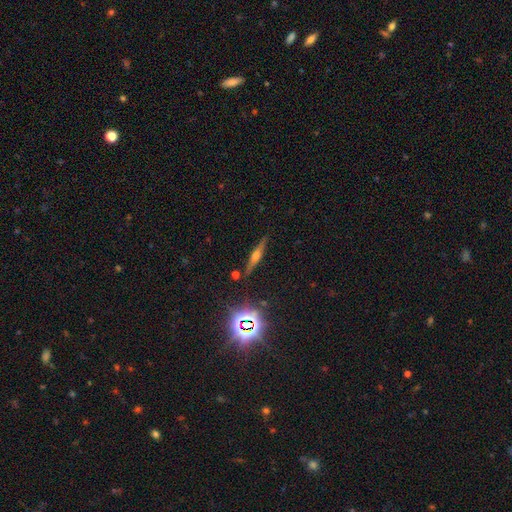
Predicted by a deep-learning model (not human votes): Q: Smooth or featured?
A: featured or disk (61%); runner-up: smooth (21%)
Q: Edge-on disk?
A: yes (96%); runner-up: no (4%)
Q: Edge-on bulge?
A: rounded (84%); runner-up: boxy (11%)
Q: Merging?
A: none (87%); runner-up: minor disturbance (9%)